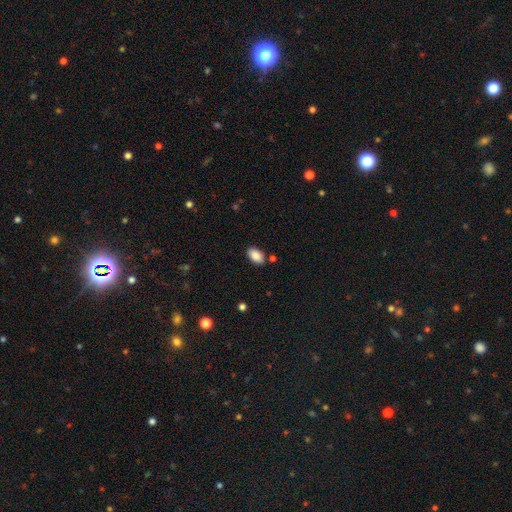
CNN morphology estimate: A smooth galaxy with no disk features (88%) that is in between round and cigar-shaped (93%).

Vote fractions:
- Smooth or featured? smooth: 88% / star or artifact: 7% / featured or disk: 4%
- How rounded? in between: 93% / round: 6% / cigar-shaped: 2%
- Merging? none: 83% / minor disturbance: 11% / merger: 4% / major disturbance: 3%